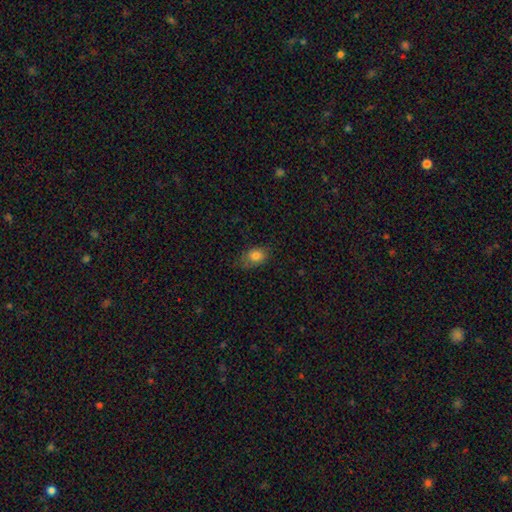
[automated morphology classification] Smooth or featured? Predicted: smooth (p=0.82). How rounded? Predicted: in between (p=0.70). Merging? Predicted: none (p=0.65).